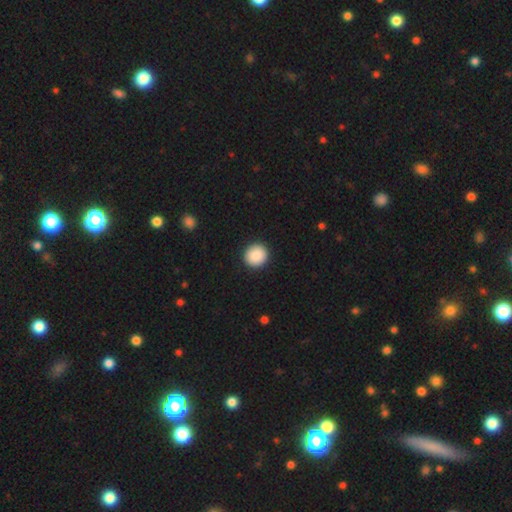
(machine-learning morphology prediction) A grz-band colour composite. It shows a smooth galaxy with no disk features (89%) that is round (93%). Merging: none (93%).